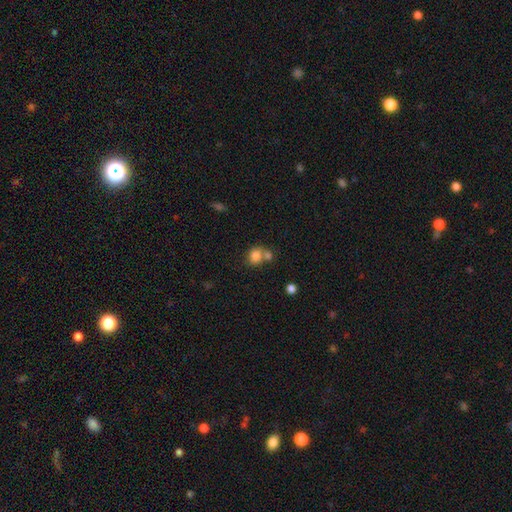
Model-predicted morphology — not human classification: Smooth or featured? Predicted: smooth (p=0.81). How rounded? Predicted: round (p=0.63). Merging? Predicted: merger (p=0.44).